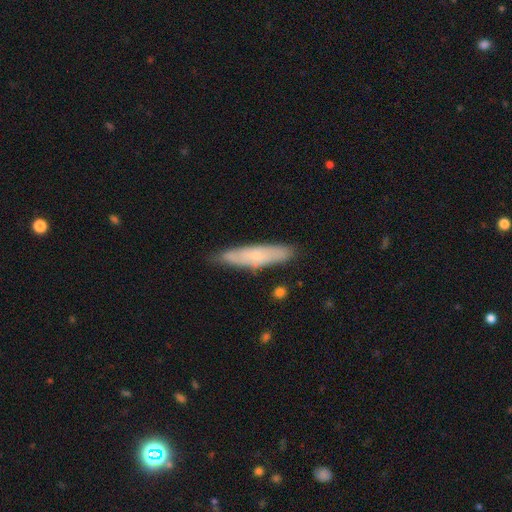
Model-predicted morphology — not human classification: A smooth galaxy with no disk features (54%) that is cigar-shaped (81%).

Vote fractions:
- Smooth or featured? smooth: 54% / featured or disk: 39% / star or artifact: 7%
- How rounded? cigar-shaped: 81% / in between: 17% / round: 2%
- Merging? none: 78% / minor disturbance: 17% / major disturbance: 3% / merger: 2%